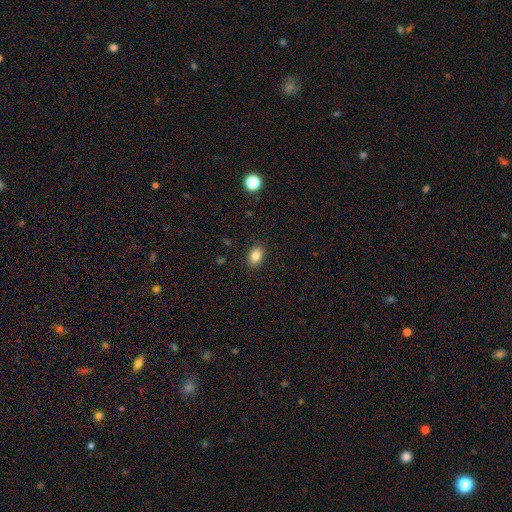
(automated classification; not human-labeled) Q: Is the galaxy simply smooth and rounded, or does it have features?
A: smooth — 85%.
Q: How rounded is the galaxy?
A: in between — 75%.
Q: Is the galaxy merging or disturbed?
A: none — 88%.